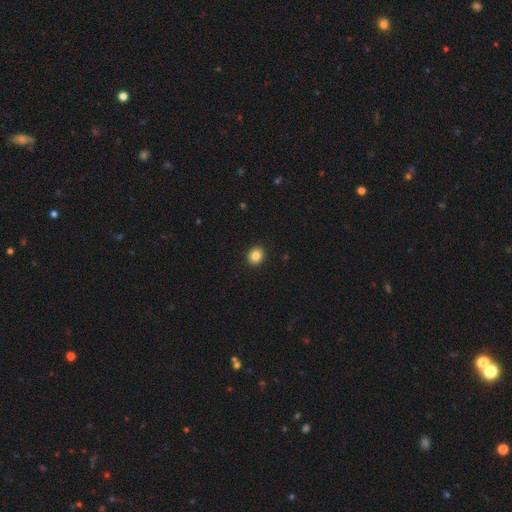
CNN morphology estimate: Smooth or featured? smooth (85%)
How rounded? round (73%)
Merging? none (92%)